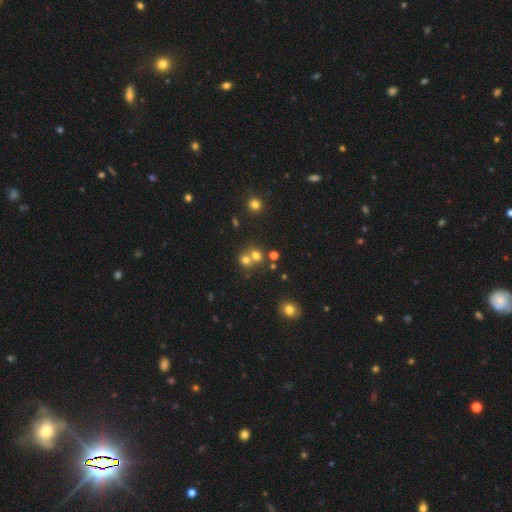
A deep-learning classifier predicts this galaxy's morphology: Smooth or featured? smooth (68%)
How rounded? round (81%)
Merging? merger (49%)